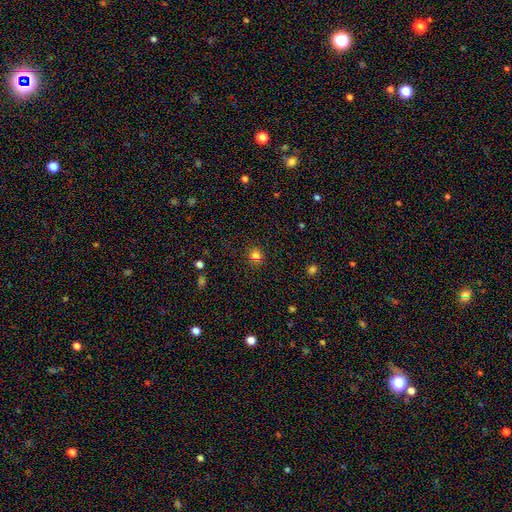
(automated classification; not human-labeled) Overall: smooth (79%). How rounded: round (85%). Merging: none (86%).